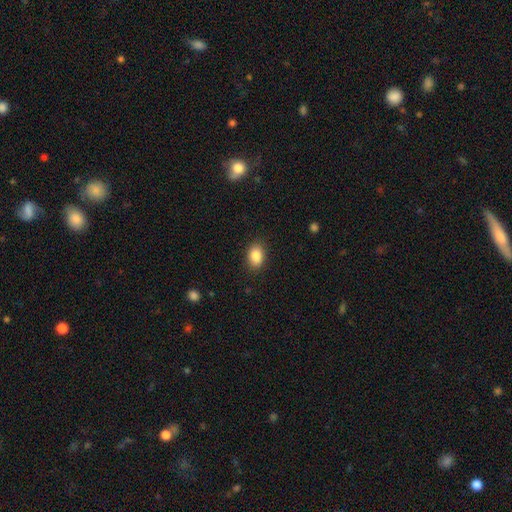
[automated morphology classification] Overall: smooth (87%). How rounded: in between (81%). Merging: none (87%).